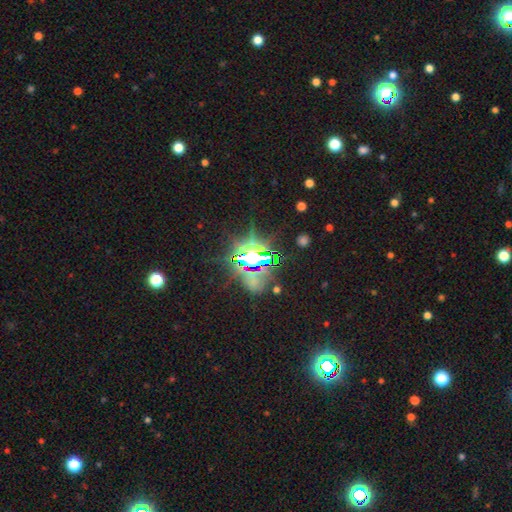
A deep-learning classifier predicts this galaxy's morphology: smooth-or-featured: star or artifact: 81% | smooth: 10% | featured or disk: 9%